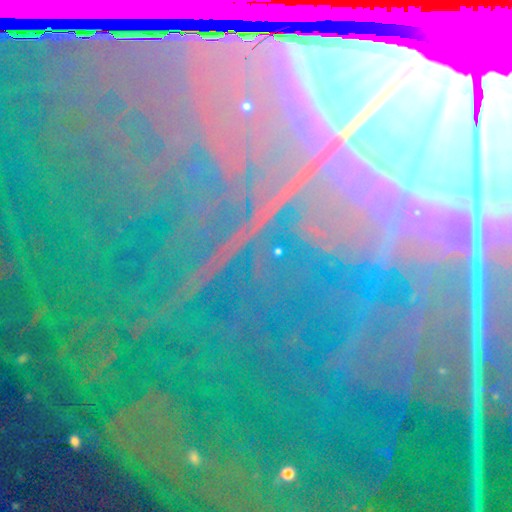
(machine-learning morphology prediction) Smooth or featured: star or artifact — 83% (featured or disk — 10%)